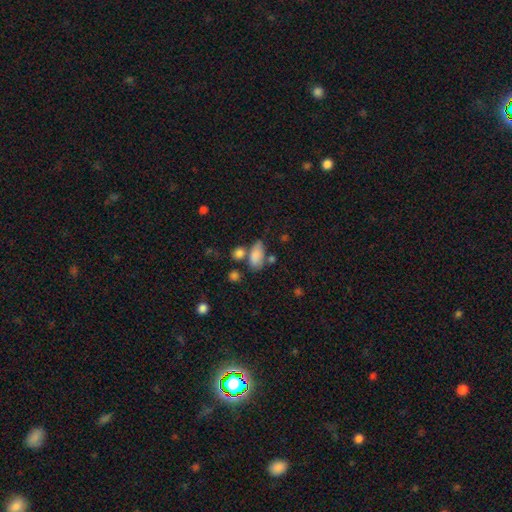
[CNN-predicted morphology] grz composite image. It shows a smooth galaxy with no disk features (83%) that is in between round and cigar-shaped (89%). Merging: none (51%).